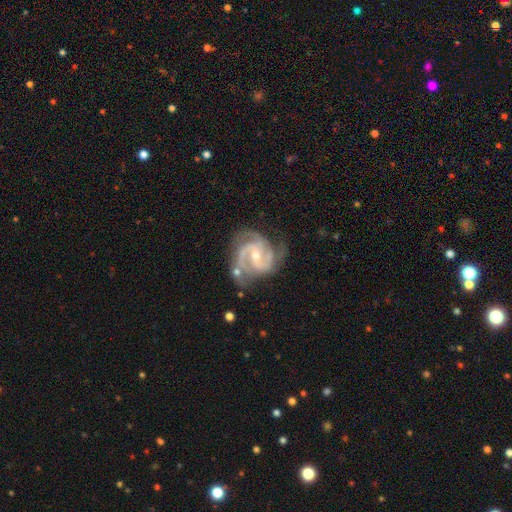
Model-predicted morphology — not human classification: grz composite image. It shows a featured or disk galaxy (93%) with a weak bar (44%), 3 (55%) medium (51%) spiral arms (99%) and a small central bulge (58%). Merging: none (64%).